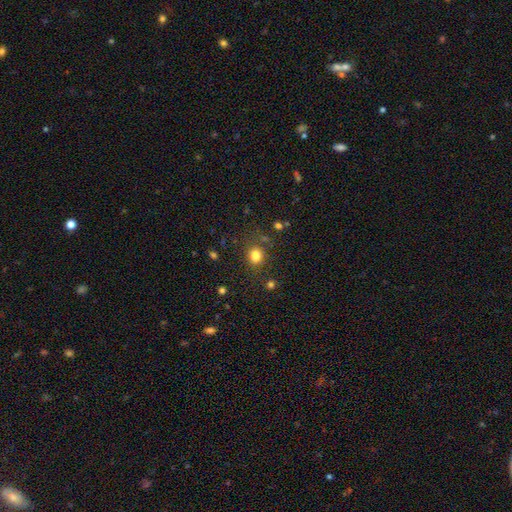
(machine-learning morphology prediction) Overall: smooth (80%). How rounded: round (68%; in between 31%). Merging: none (77%).